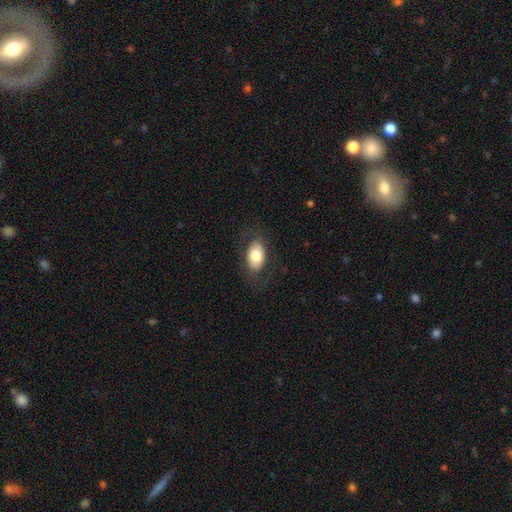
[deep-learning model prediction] A smooth galaxy with no disk features (76%) that is in between round and cigar-shaped (91%).

Vote fractions:
- Smooth or featured? smooth: 76% / featured or disk: 18% / star or artifact: 7%
- How rounded? in between: 91% / round: 7% / cigar-shaped: 1%
- Merging? none: 81% / minor disturbance: 13% / major disturbance: 5% / merger: 1%